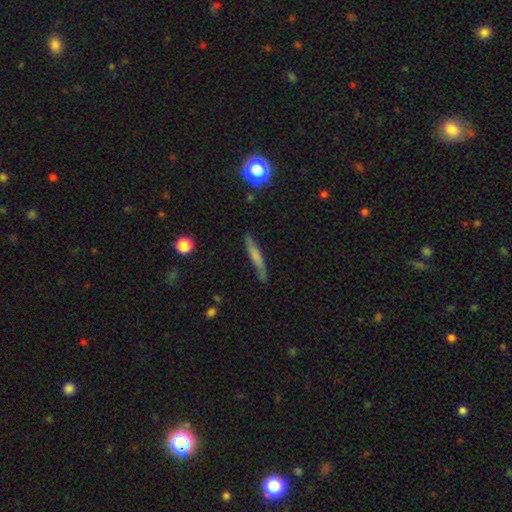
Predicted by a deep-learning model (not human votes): A smooth galaxy with no disk features (60%) that is cigar-shaped (91%).

Vote fractions:
- Smooth or featured? smooth: 60% / featured or disk: 32% / star or artifact: 8%
- How rounded? cigar-shaped: 91% / in between: 6% / round: 2%
- Merging? none: 76% / minor disturbance: 17% / major disturbance: 4% / merger: 2%